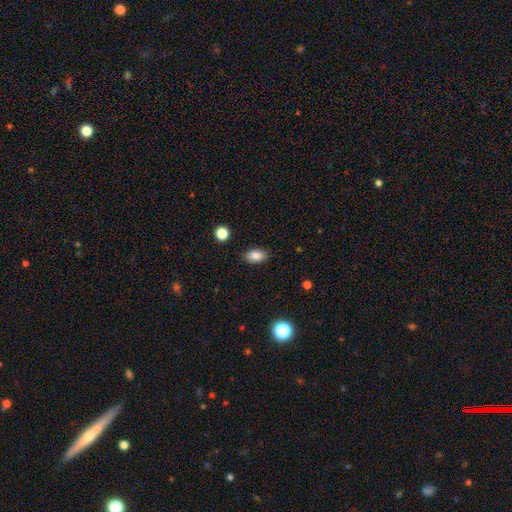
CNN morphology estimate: smooth-or-featured: smooth: 86% | star or artifact: 9% | featured or disk: 5%
  how-rounded: in between: 88% | round: 9% | cigar-shaped: 2%
  merging: none: 87% | minor disturbance: 9% | major disturbance: 2% | merger: 1%